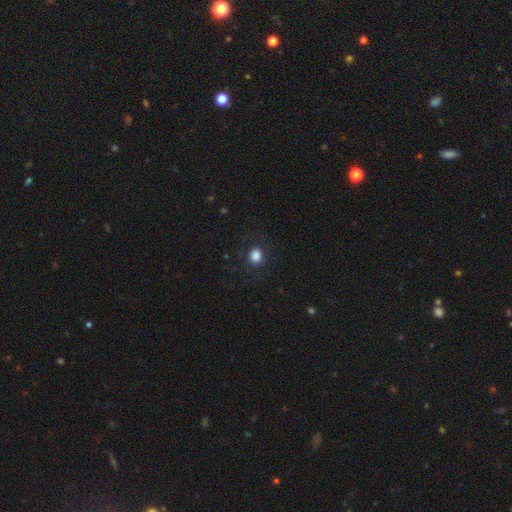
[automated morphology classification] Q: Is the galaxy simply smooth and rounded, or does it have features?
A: smooth — 84%.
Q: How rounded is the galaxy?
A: round — 67%.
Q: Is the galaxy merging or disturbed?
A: none — 82%.